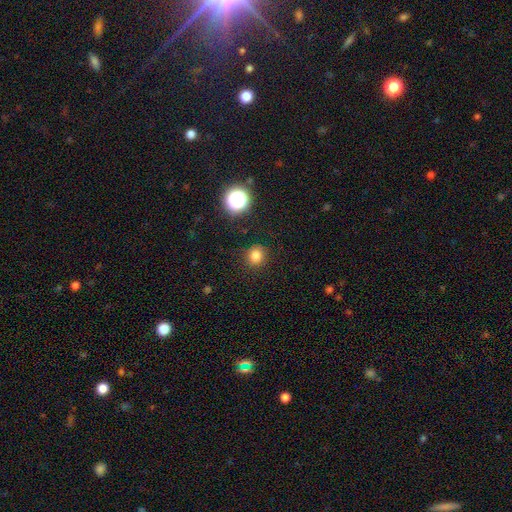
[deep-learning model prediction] This appears to be a smooth galaxy with no disk features (80%) that is round (88%). Merging: none (89%).